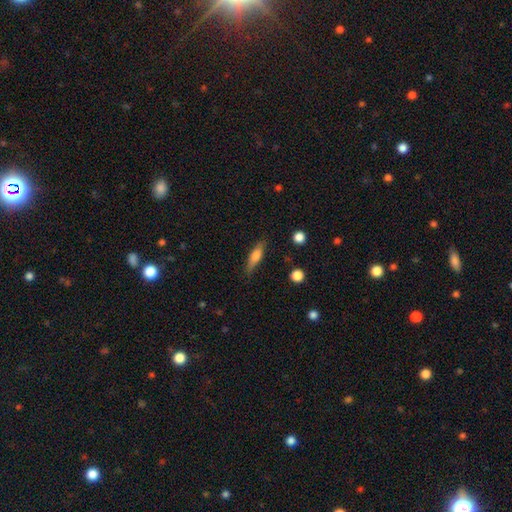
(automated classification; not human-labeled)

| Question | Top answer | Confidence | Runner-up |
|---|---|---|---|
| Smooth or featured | smooth | 65% | featured or disk (27%) |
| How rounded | cigar-shaped | 63% | in between (34%) |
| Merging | none | 80% | minor disturbance (15%) |